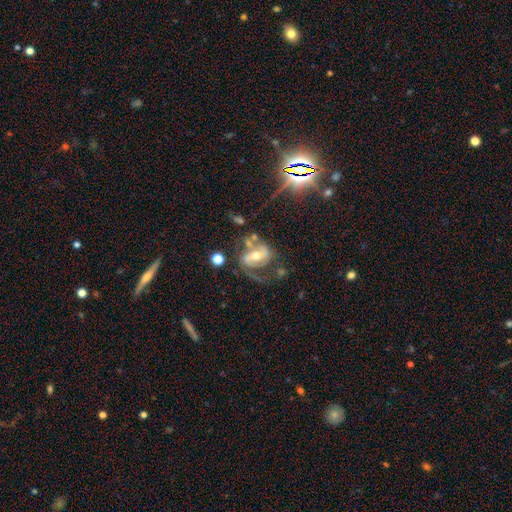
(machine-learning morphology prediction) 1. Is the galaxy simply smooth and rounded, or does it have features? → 82% featured or disk, 10% smooth, 8% star or artifact.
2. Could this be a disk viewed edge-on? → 97% no, 3% yes.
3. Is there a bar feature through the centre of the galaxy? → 41% strong, 35% weak, 24% no.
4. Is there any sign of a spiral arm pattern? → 90% yes, 10% no.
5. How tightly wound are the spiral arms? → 46% medium, 34% loose, 19% tight.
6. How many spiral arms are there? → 77% 2, 12% 1, 7% can't tell, 2% 3, 1% 4, 1% more than 4.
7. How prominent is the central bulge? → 68% moderate, 25% small, 5% large, 1% none, 1% dominant.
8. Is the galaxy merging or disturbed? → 45% none, 26% major disturbance, 19% minor disturbance, 9% merger.